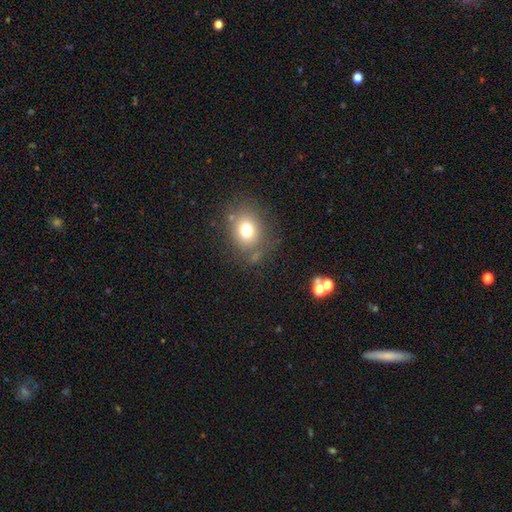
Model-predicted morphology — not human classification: type=smooth (62%); roundness=round (65%); merging=none (85%).